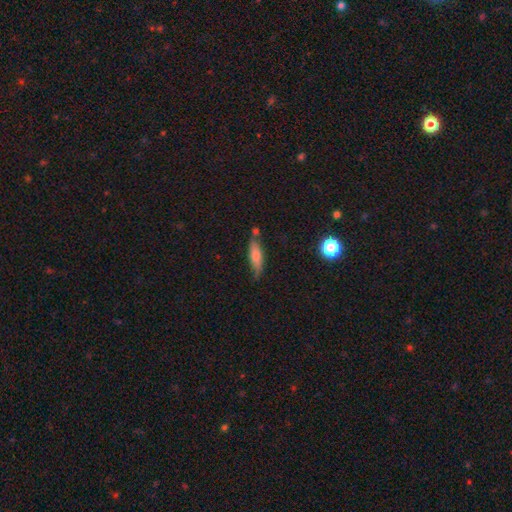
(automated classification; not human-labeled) The model was most divided on "how rounded": cigar-shaped: 56%, in between: 41%, round: 3%. More confident: merging — none (66%); smooth or featured — smooth (60%).